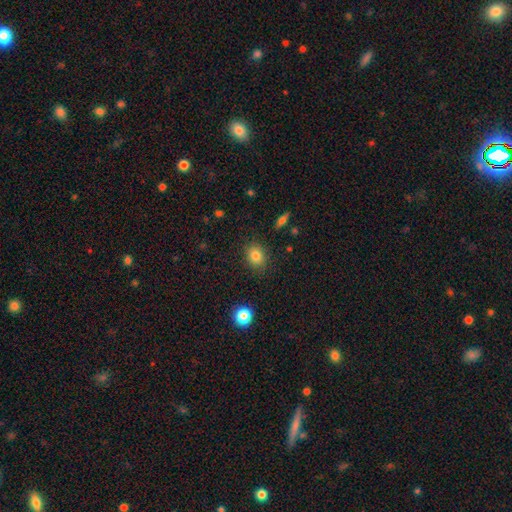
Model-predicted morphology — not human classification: Smooth or featured? Predicted: smooth (p=0.82). How rounded? Predicted: round (p=0.55). Merging? Predicted: none (p=0.85).